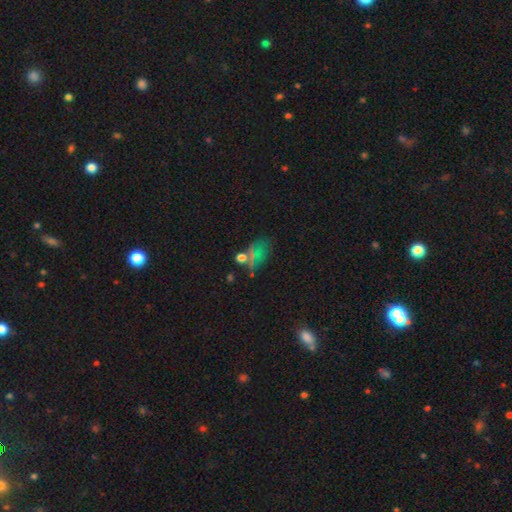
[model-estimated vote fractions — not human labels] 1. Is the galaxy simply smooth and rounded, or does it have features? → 48% smooth, 38% star or artifact, 13% featured or disk.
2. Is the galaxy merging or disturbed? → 52% none, 18% minor disturbance, 15% merger, 15% major disturbance.